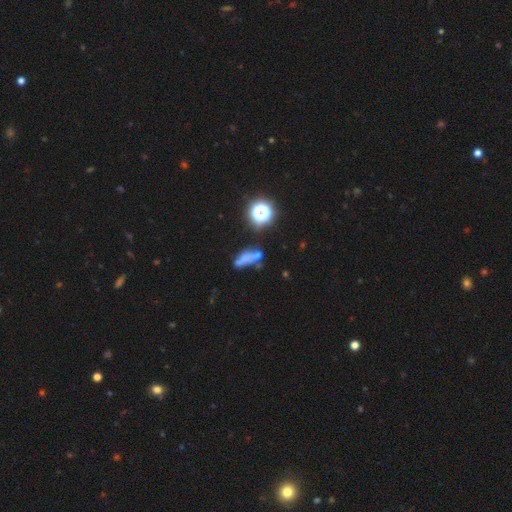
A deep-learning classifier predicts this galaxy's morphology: Overall: smooth (49%; featured or disk 27%). Merging: none (34%; merger 30%).